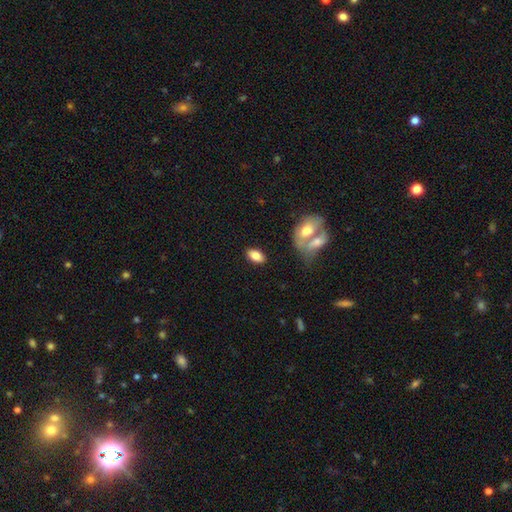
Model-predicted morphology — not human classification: Smooth or featured: smooth — 81% (featured or disk — 12%)
How rounded: in between — 91% (round — 4%)
Merging: none — 81% (minor disturbance — 10%)